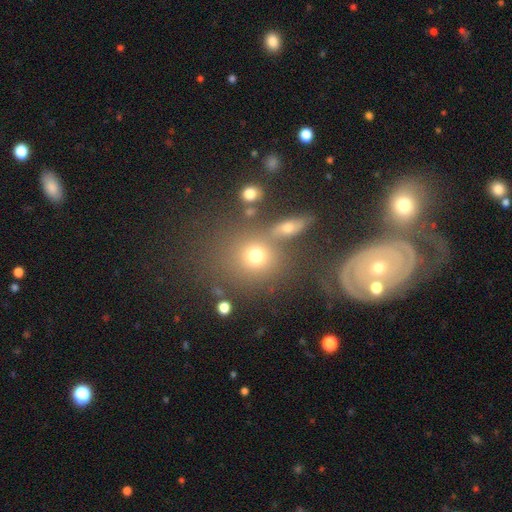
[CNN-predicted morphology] Smooth or featured? smooth (72%)
How rounded? round (80%)
Merging? none (63%)